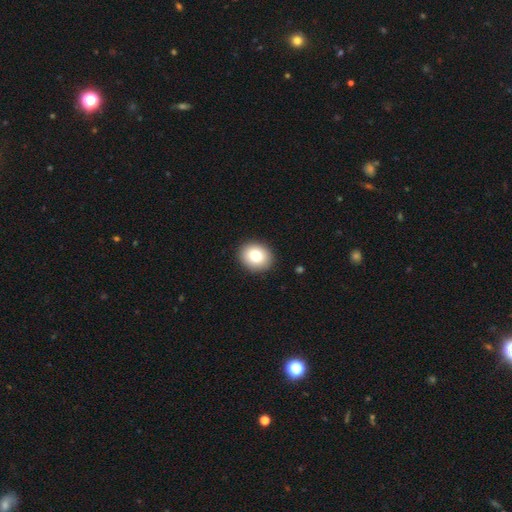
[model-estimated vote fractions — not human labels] A smooth galaxy with no disk features (79%) that is round (64%).

Vote fractions:
- Smooth or featured? smooth: 79% / featured or disk: 11% / star or artifact: 10%
- How rounded? round: 64% / in between: 35% / cigar-shaped: 1%
- Merging? none: 91% / minor disturbance: 6% / major disturbance: 2% / merger: 1%